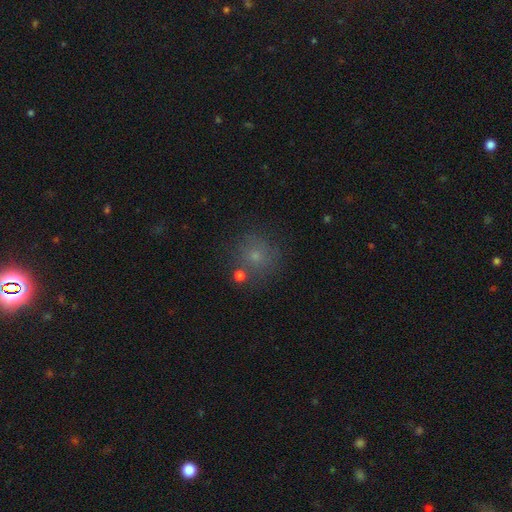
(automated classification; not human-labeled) Smooth or featured? smooth (62%)
How rounded? round (91%)
Merging? none (75%)